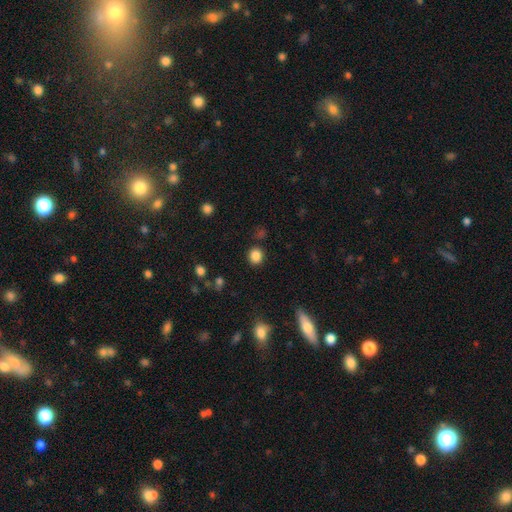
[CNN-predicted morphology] smooth 85%, star or artifact 11%, featured or disk 4%. Down the decision tree: how rounded — round (80%); merging — none (88%).